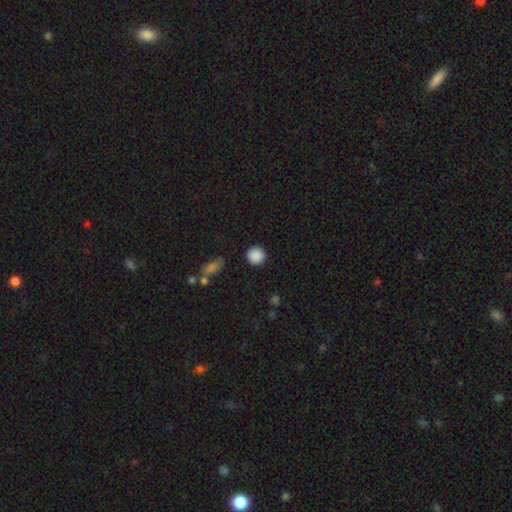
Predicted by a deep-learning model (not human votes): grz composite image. It shows a smooth galaxy with no disk features (88%) that is round (91%). Merging: none (89%).